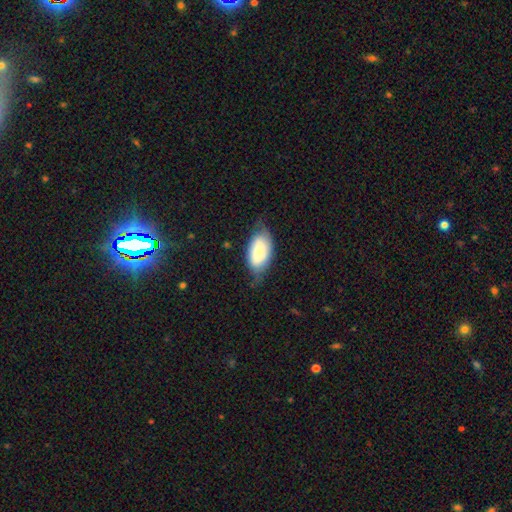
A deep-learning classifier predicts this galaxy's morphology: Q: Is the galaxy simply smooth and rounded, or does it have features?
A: smooth — 71%.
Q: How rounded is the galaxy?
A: in between — 94%.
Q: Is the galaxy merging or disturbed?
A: none — 53%.